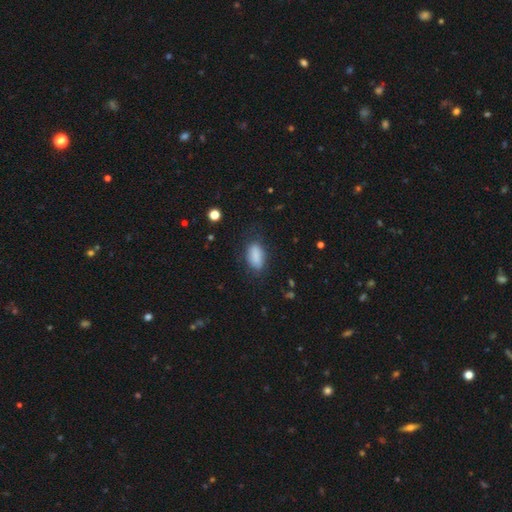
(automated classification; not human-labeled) smooth-or-featured: smooth: 85% | star or artifact: 8% | featured or disk: 8%
  how-rounded: in between: 90% | cigar-shaped: 6% | round: 5%
  merging: none: 70% | minor disturbance: 20% | major disturbance: 8% | merger: 2%